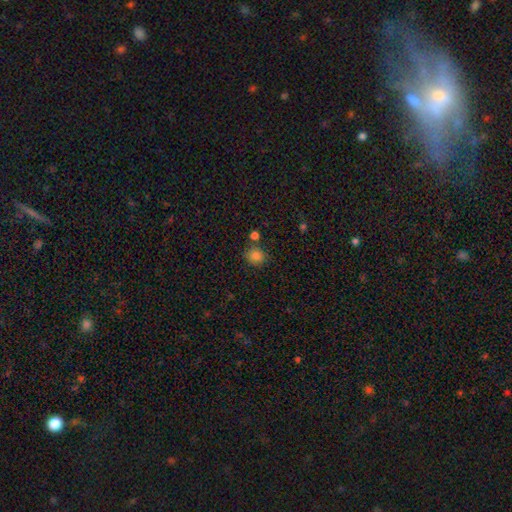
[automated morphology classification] smooth-or-featured: smooth: 83% | star or artifact: 12% | featured or disk: 5%
  how-rounded: round: 85% | in between: 14% | cigar-shaped: 1%
  merging: none: 76% | minor disturbance: 10% | merger: 10% | major disturbance: 3%